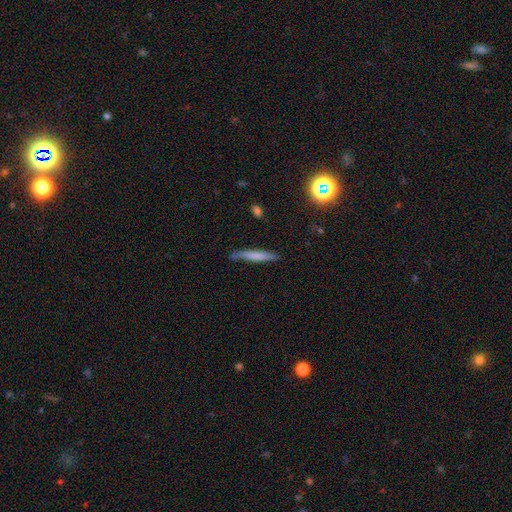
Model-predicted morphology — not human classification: This appears to be a smooth galaxy with no disk features (65%) that is cigar-shaped (94%). Merging: none (76%).